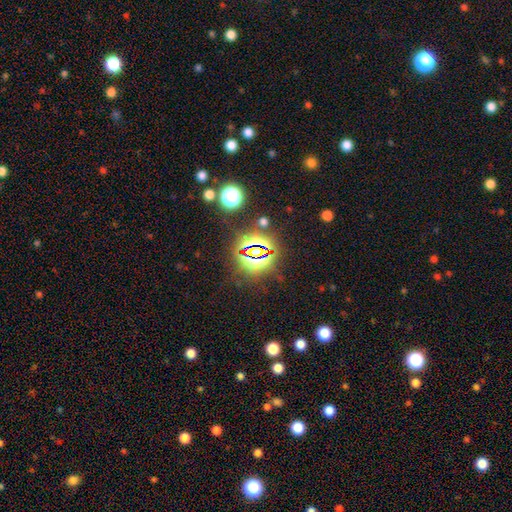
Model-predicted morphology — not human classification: A star or artifact, not a galaxy (76%).

Vote fractions:
- Smooth or featured? star or artifact: 76% / smooth: 15% / featured or disk: 9%